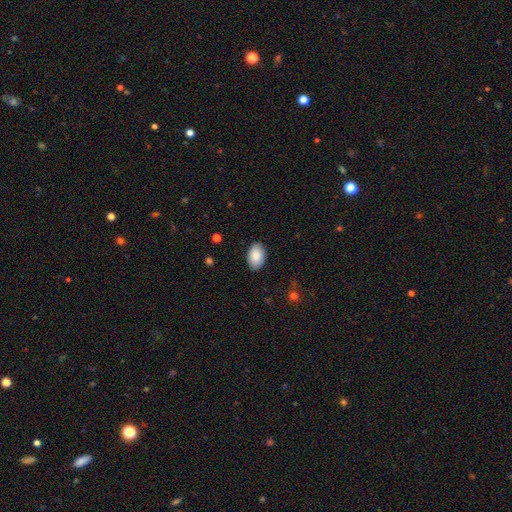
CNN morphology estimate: This appears to be a smooth galaxy with no disk features (88%) that is in between round and cigar-shaped (91%). Merging: none (87%).